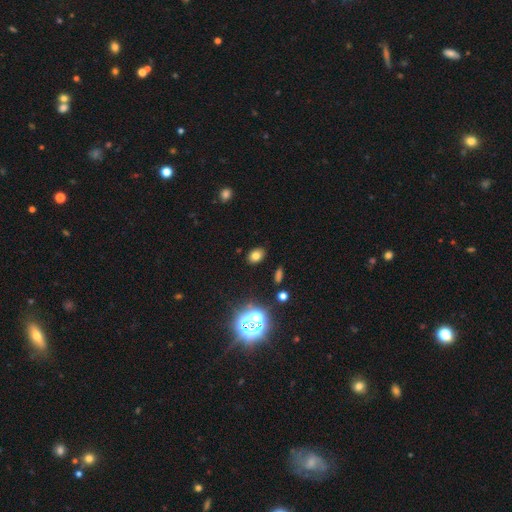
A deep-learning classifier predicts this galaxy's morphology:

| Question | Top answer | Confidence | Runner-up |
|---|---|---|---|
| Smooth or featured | smooth | 73% | star or artifact (19%) |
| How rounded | in between | 67% | round (31%) |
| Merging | none | 86% | minor disturbance (9%) |